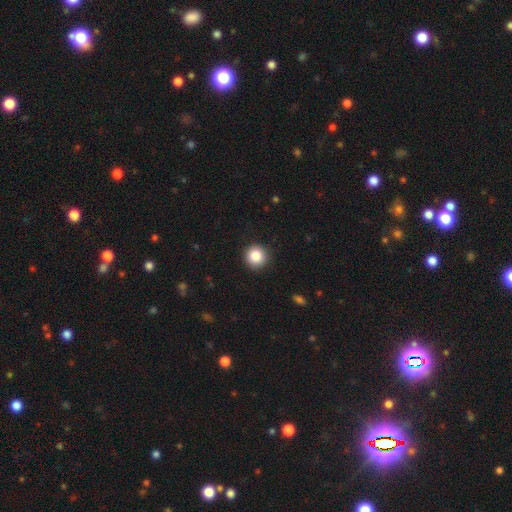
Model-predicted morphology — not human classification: A smooth galaxy with no disk features (85%) that is round (95%). Merging: none (91%).